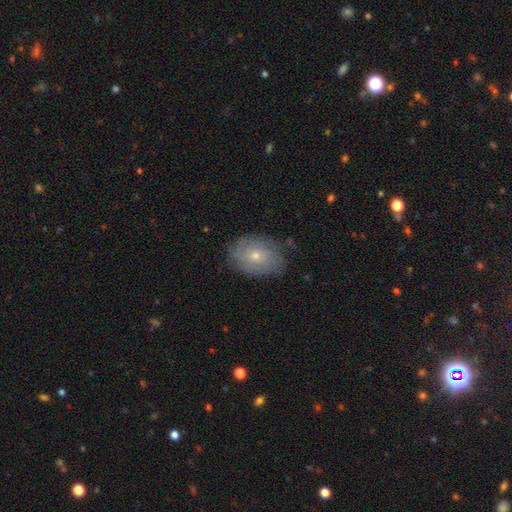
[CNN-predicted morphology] Smooth or featured?
  - featured or disk: 55% *
  - smooth: 35%
  - star or artifact: 10%
Edge-on disk?
  - no: 95% *
  - yes: 5%
Bar?
  - no: 84% *
  - weak: 14%
  - strong: 2%
Spiral arms?
  - yes: 76% *
  - no: 24%
Bulge size?
  - small: 60% *
  - moderate: 37%
  - large: 1%
  - none: 1%
  - dominant: 1%
Merging?
  - none: 76% *
  - minor disturbance: 18%
  - major disturbance: 5%
  - merger: 1%